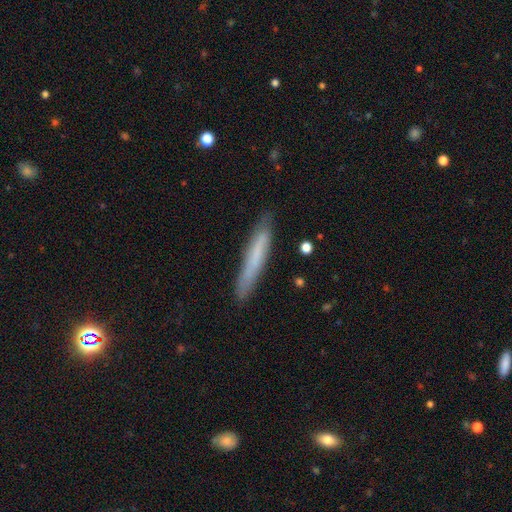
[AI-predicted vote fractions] Q: Smooth or featured?
A: smooth (64%); runner-up: featured or disk (29%)
Q: How rounded?
A: cigar-shaped (94%); runner-up: in between (5%)
Q: Merging?
A: none (82%); runner-up: minor disturbance (14%)